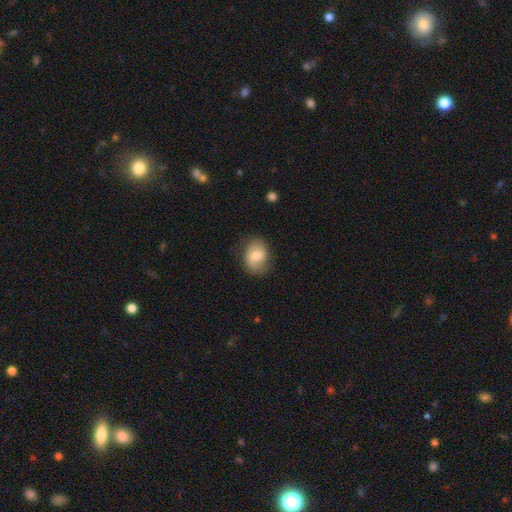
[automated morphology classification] Smooth or featured: smooth — 73% (featured or disk — 19%)
How rounded: in between — 63% (round — 36%)
Merging: none — 75% (minor disturbance — 19%)